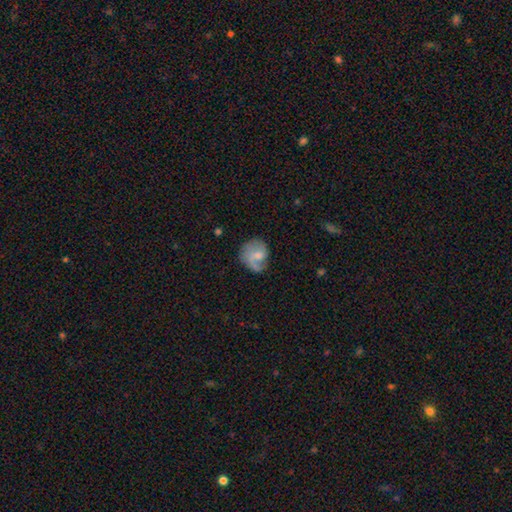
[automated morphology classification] Q: Smooth or featured?
A: featured or disk (53%); runner-up: smooth (39%)
Q: Edge-on disk?
A: no (98%); runner-up: yes (2%)
Q: Bar?
A: no (49%); runner-up: weak (44%)
Q: Spiral arms?
A: yes (82%); runner-up: no (18%)
Q: Bulge size?
A: small (40%); runner-up: moderate (35%)
Q: Merging?
A: none (53%); runner-up: minor disturbance (25%)